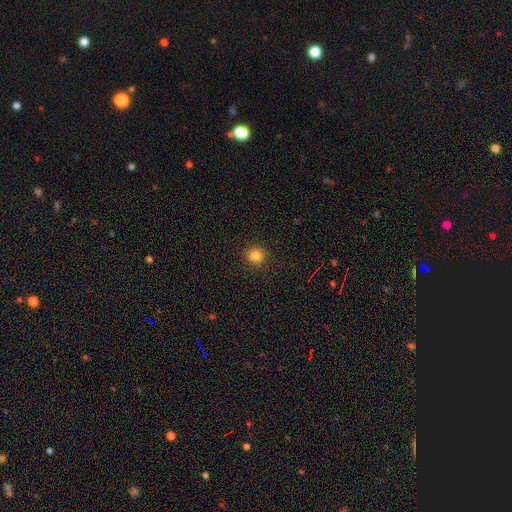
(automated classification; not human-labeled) smooth-or-featured: smooth: 83% | star or artifact: 13% | featured or disk: 5%
  how-rounded: round: 93% | in between: 6% | cigar-shaped: 1%
  merging: none: 92% | minor disturbance: 5% | major disturbance: 2% | merger: 1%